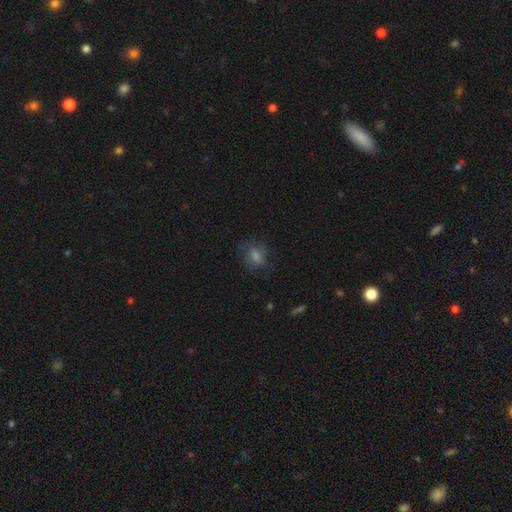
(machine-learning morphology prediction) Smooth or featured? smooth (60%)
How rounded? round (55%)
Merging? none (72%)